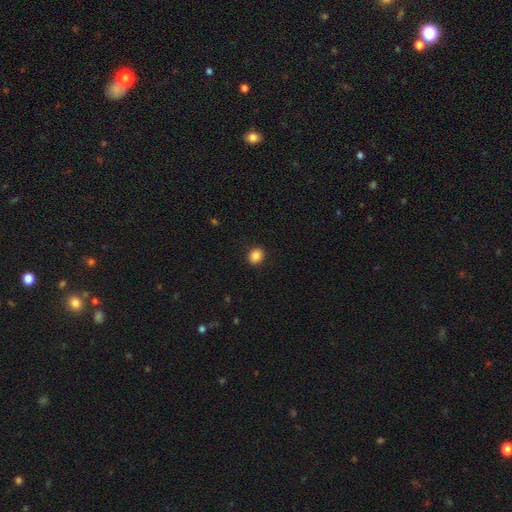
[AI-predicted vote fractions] Morphology: type=smooth (87%); roundness=round (59%); merging=none (91%).